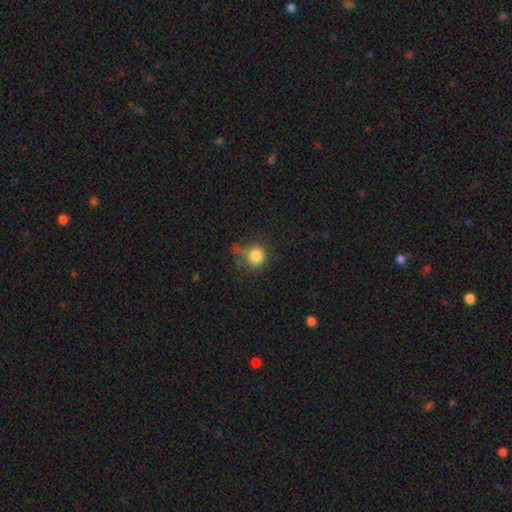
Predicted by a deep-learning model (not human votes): Q: Smooth or featured?
A: smooth (82%); runner-up: star or artifact (11%)
Q: How rounded?
A: round (89%); runner-up: in between (10%)
Q: Merging?
A: none (54%); runner-up: minor disturbance (23%)